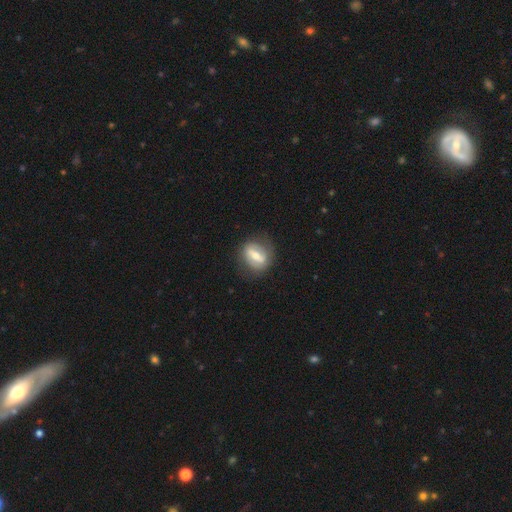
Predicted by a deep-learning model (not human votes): A featured or disk galaxy (57%). Merging: none (76%).